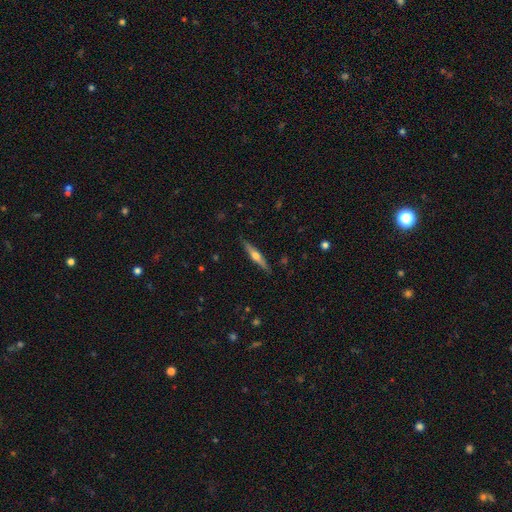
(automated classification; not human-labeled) Overall: featured or disk (60%; smooth 35%). Edge-on disk: yes (96%). Edge-on bulge: rounded (89%). Merging: none (89%).